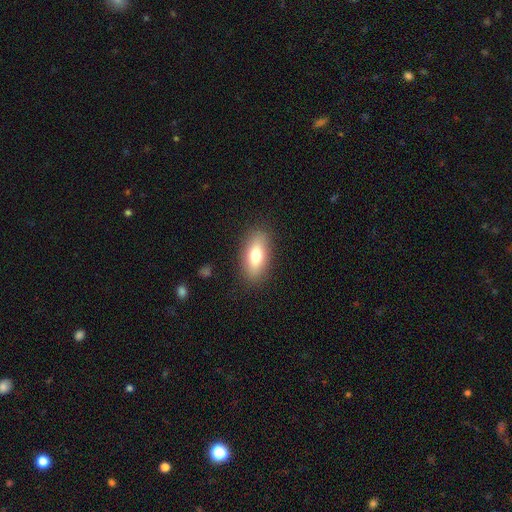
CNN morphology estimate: Smooth or featured: smooth — 75% (featured or disk — 18%)
How rounded: in between — 80% (cigar-shaped — 16%)
Merging: none — 86% (minor disturbance — 10%)